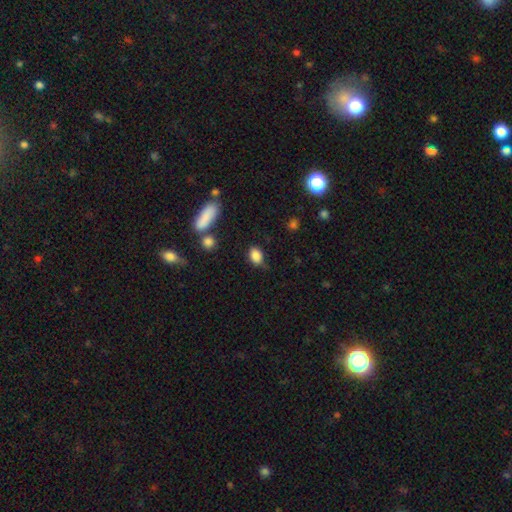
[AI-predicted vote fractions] Smooth or featured: smooth — 86% (star or artifact — 9%)
How rounded: in between — 78% (round — 20%)
Merging: none — 65% (minor disturbance — 24%)